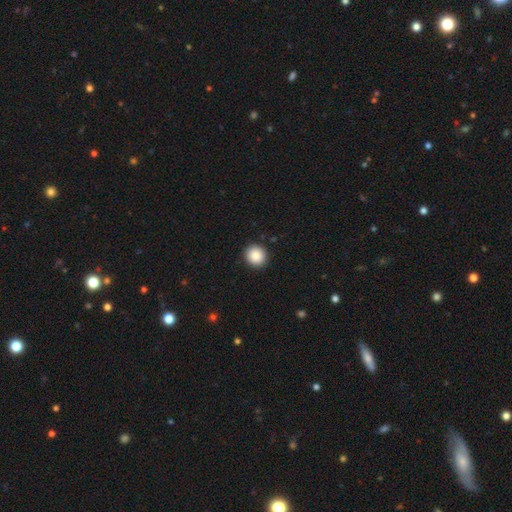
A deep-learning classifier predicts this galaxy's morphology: This is clearly a smooth galaxy (87%). How rounded: clearly round (91%). Merging: clearly none (92%).